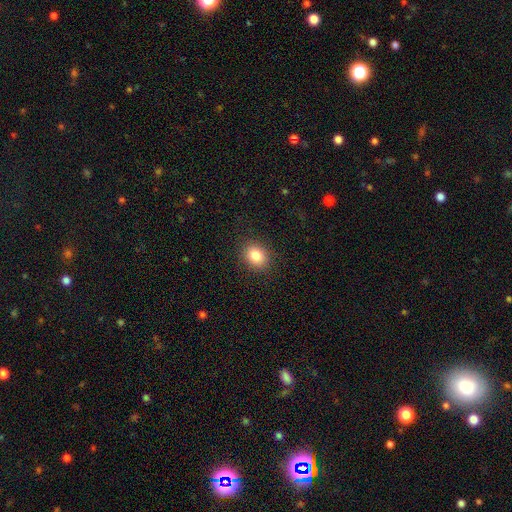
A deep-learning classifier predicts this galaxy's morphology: Smooth or featured?
  - smooth: 85% *
  - star or artifact: 9%
  - featured or disk: 6%
How rounded?
  - round: 57% *
  - in between: 42%
  - cigar-shaped: 1%
Merging?
  - none: 88% *
  - minor disturbance: 8%
  - major disturbance: 3%
  - merger: 1%